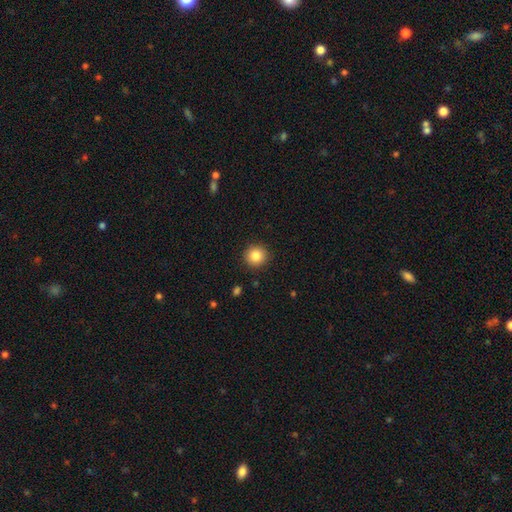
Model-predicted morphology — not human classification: Q: Smooth or featured?
A: smooth (85%); runner-up: star or artifact (10%)
Q: How rounded?
A: round (93%); runner-up: in between (6%)
Q: Merging?
A: none (91%); runner-up: minor disturbance (6%)